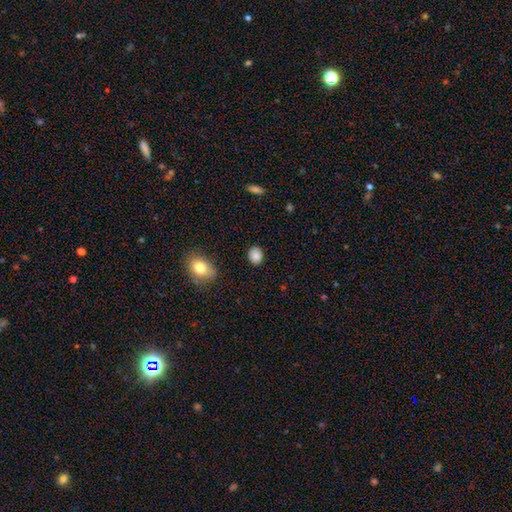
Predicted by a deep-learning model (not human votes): A smooth galaxy with no disk features (86%) that is round (59%). Merging: none (86%).